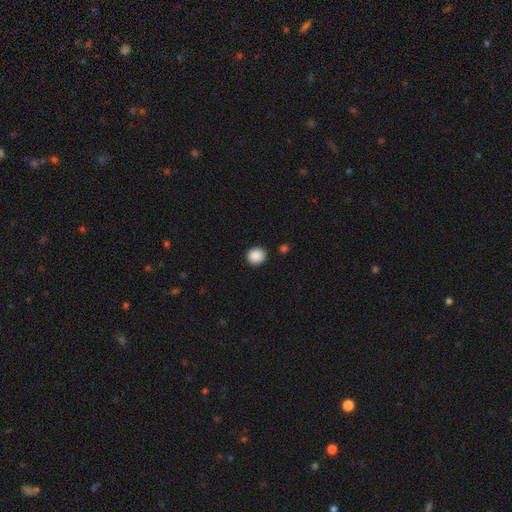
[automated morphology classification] Smooth or featured? smooth (89%)
How rounded? round (86%)
Merging? none (89%)